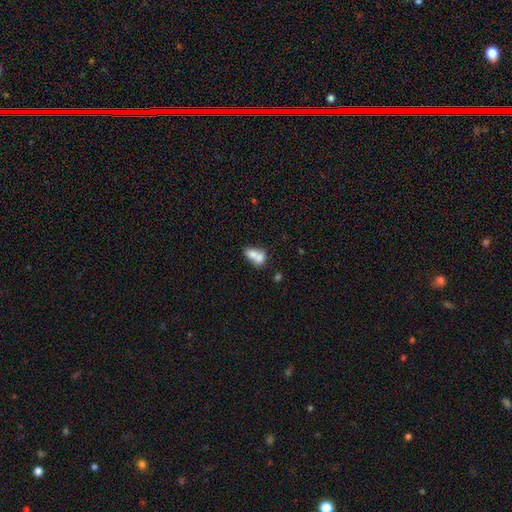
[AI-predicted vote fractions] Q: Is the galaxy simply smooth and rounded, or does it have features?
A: smooth — 70%.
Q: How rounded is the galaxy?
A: in between — 69%.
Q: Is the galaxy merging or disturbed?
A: merger — 73%.